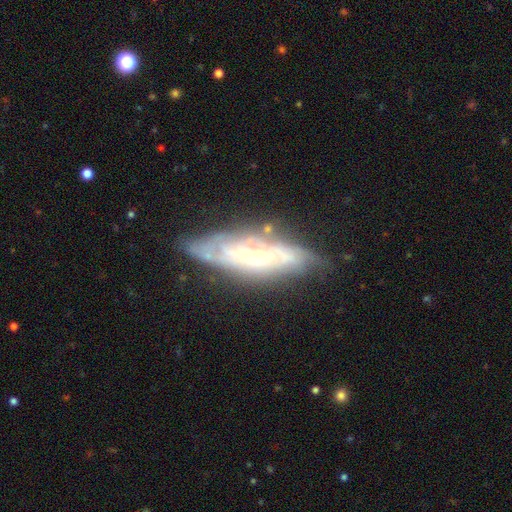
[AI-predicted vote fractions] featured or disk 69%, smooth 23%, star or artifact 8%. Down the decision tree: edge-on disk — no (63%); merging — none (63%).